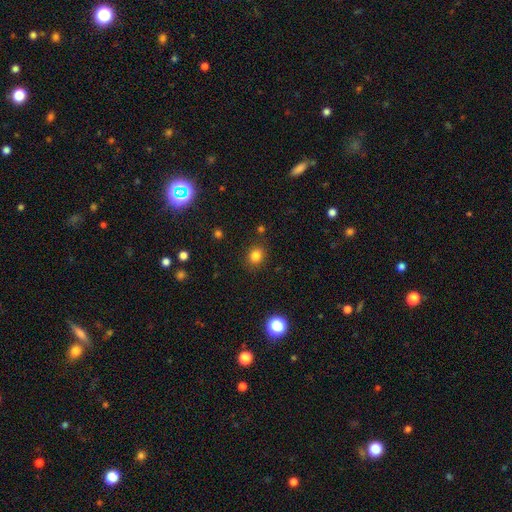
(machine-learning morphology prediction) This is clearly a smooth galaxy (82%). How rounded: likely round (69%). Merging: clearly none (85%).